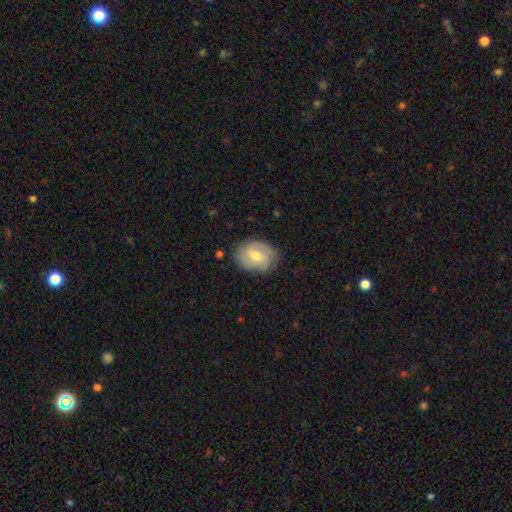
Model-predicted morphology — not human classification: A featured or disk galaxy (50%). Merging: none (77%).